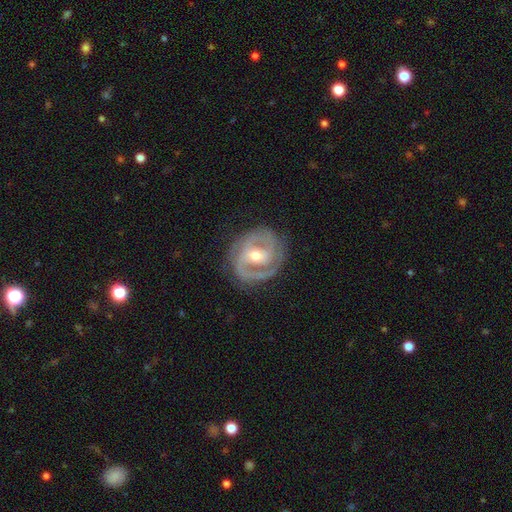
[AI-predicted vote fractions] This is clearly a featured or disk galaxy (87%). It is clearly not viewed edge-on (97%). Bar: marginally weak (41%). Spiral arm pattern: clearly yes (93%). Spiral arm count: likely 2 (68%). Spiral winding: possibly tight (53%). Central bulge: likely moderate (65%). Merging: likely none (76%).